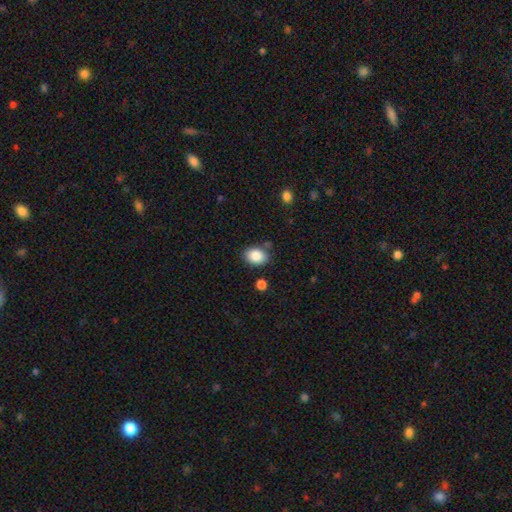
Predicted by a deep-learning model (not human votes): The model was most divided on "how rounded": in between: 67%, round: 32%, cigar-shaped: 1%. More confident: smooth or featured — smooth (87%); merging — none (80%).